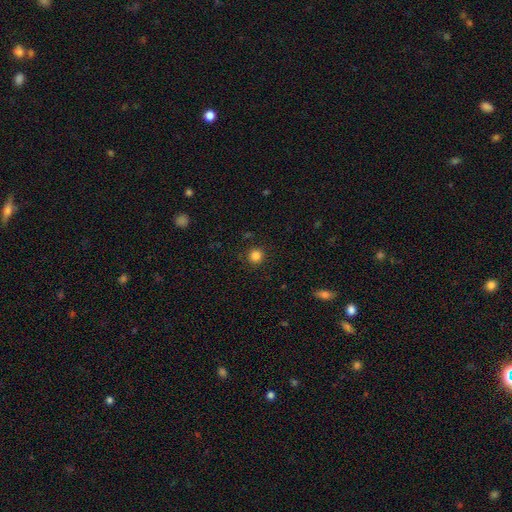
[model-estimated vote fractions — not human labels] Smooth or featured? Predicted: smooth (p=0.84). How rounded? Predicted: round (p=0.93). Merging? Predicted: none (p=0.91).